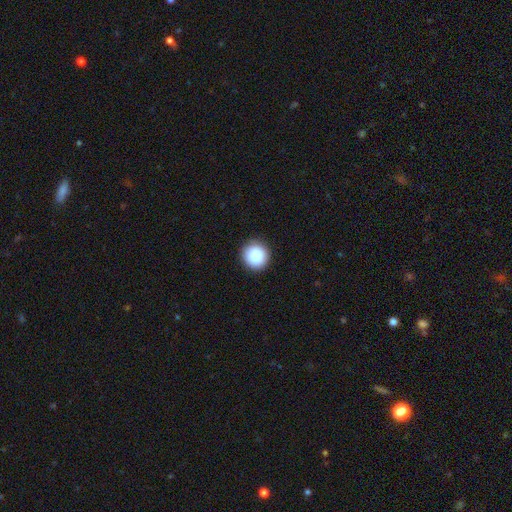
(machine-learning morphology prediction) Smooth or featured? smooth (88%)
How rounded? round (94%)
Merging? none (91%)